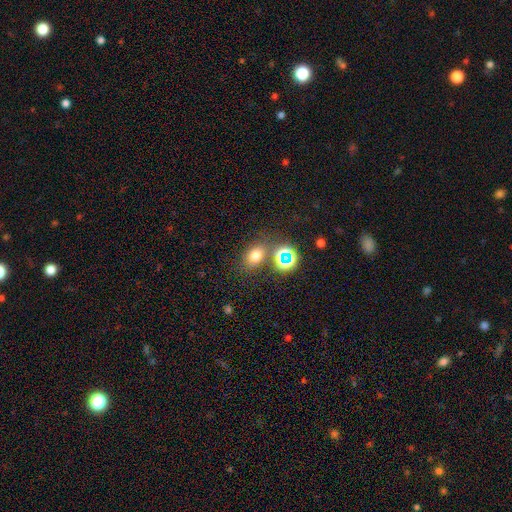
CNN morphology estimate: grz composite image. It shows a smooth galaxy with no disk features (70%) that is in between round and cigar-shaped (64%). Merging: none (69%).